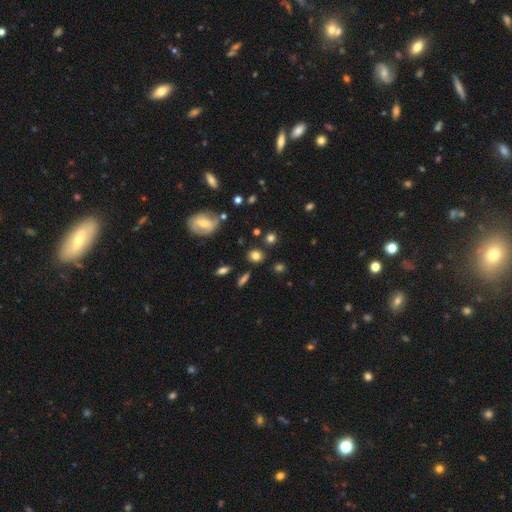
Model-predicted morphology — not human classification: Smooth or featured?
  - smooth: 77% *
  - star or artifact: 13%
  - featured or disk: 10%
How rounded?
  - round: 74% *
  - in between: 24%
  - cigar-shaped: 2%
Merging?
  - none: 83% *
  - minor disturbance: 9%
  - merger: 4%
  - major disturbance: 3%